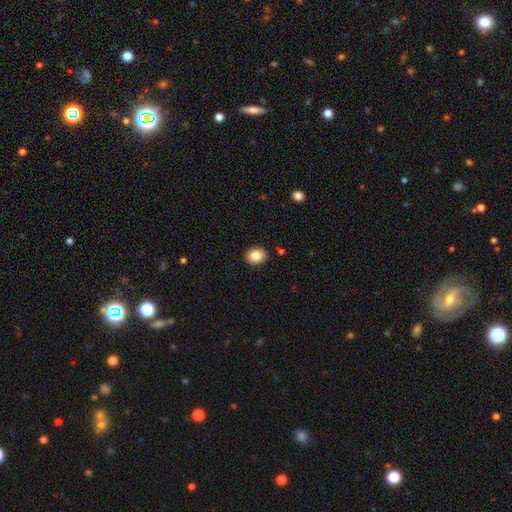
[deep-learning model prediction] Q: Smooth or featured?
A: smooth (84%); runner-up: star or artifact (9%)
Q: How rounded?
A: round (52%); runner-up: in between (48%)
Q: Merging?
A: none (89%); runner-up: minor disturbance (7%)